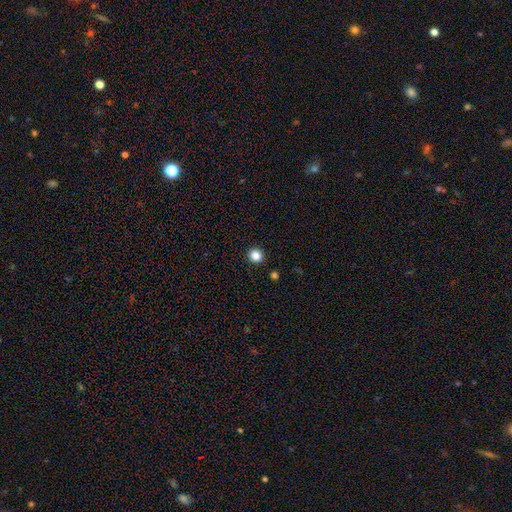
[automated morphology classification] Q: Smooth or featured?
A: smooth (85%); runner-up: star or artifact (12%)
Q: How rounded?
A: round (88%); runner-up: in between (11%)
Q: Merging?
A: none (91%); runner-up: minor disturbance (5%)